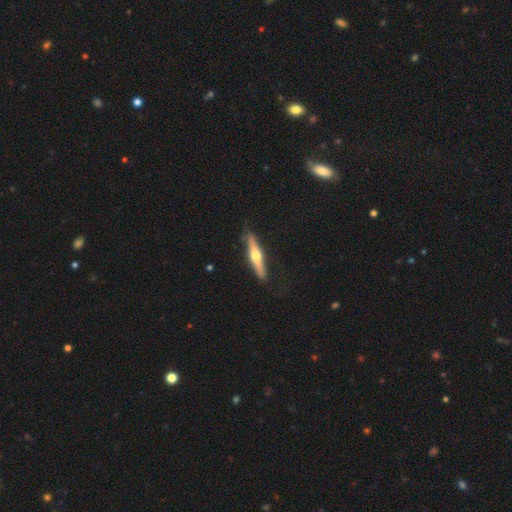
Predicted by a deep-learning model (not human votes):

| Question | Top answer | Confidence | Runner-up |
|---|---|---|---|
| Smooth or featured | featured or disk | 65% | smooth (31%) |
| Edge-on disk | yes | 96% | no (4%) |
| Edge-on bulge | rounded | 93% | boxy (3%) |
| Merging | none | 85% | minor disturbance (12%) |